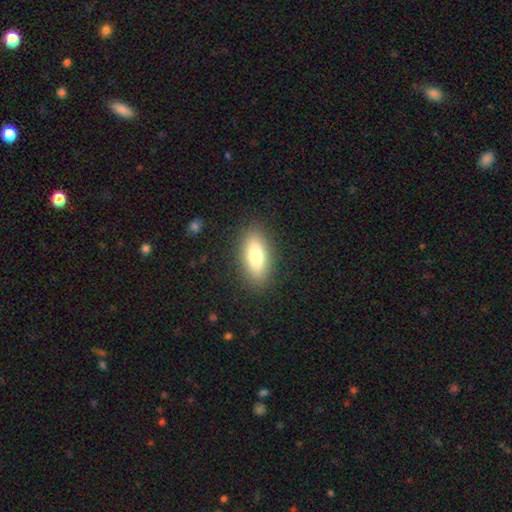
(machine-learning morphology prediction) This appears to be a smooth galaxy with no disk features (78%) that is in between round and cigar-shaped (79%). Merging: none (87%).